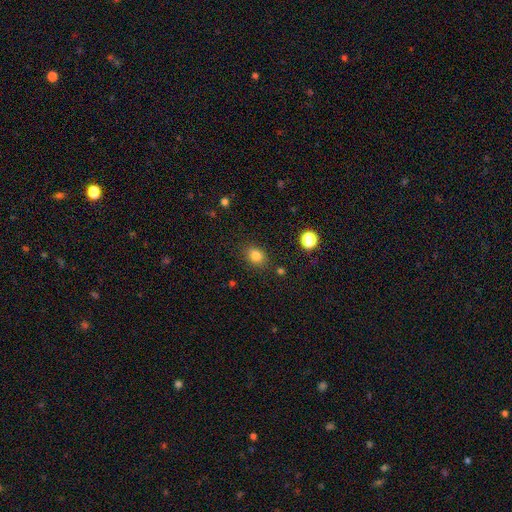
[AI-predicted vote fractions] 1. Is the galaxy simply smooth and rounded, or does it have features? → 81% smooth, 13% star or artifact, 7% featured or disk.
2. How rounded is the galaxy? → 52% in between, 46% round, 1% cigar-shaped.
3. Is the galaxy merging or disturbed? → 84% none, 10% minor disturbance, 3% major disturbance, 2% merger.